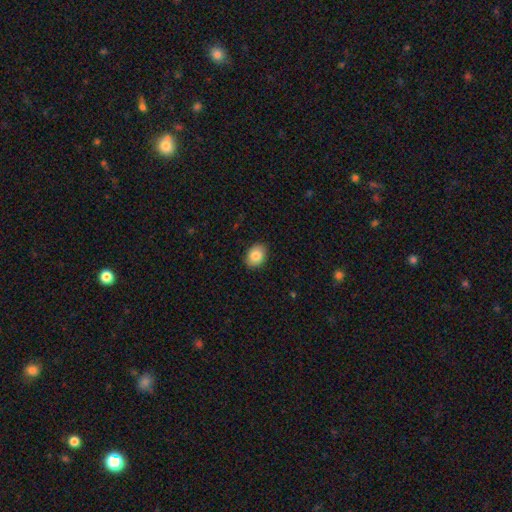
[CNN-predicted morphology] smooth_or_featured: smooth (p=0.85) [alt: star or artifact p=0.08]
how_rounded: in between (p=0.67) [alt: round p=0.32]
merging: none (p=0.88) [alt: minor disturbance p=0.09]